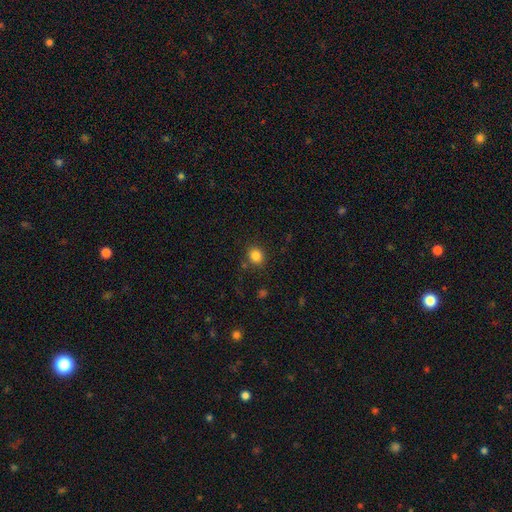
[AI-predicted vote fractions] A smooth galaxy with no disk features (84%) that is round (74%). Merging: none (83%).